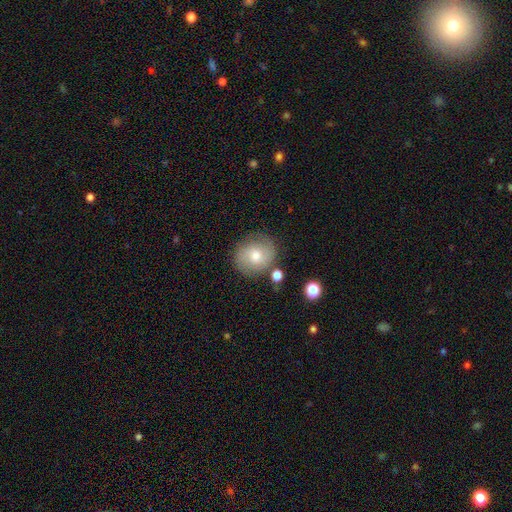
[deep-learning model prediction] Smooth or featured: smooth — 52% (featured or disk — 38%)
How rounded: round — 80% (in between — 19%)
Merging: none — 78% (minor disturbance — 14%)